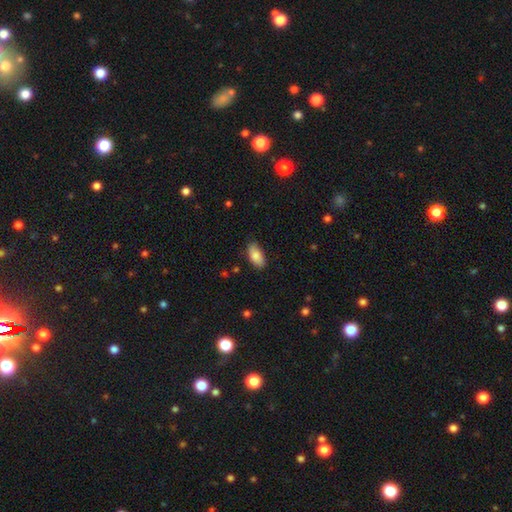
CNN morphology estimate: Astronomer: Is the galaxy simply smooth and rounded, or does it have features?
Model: smooth — 86%.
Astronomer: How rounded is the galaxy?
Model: in between — 91%.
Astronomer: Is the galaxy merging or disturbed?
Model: none — 81%.